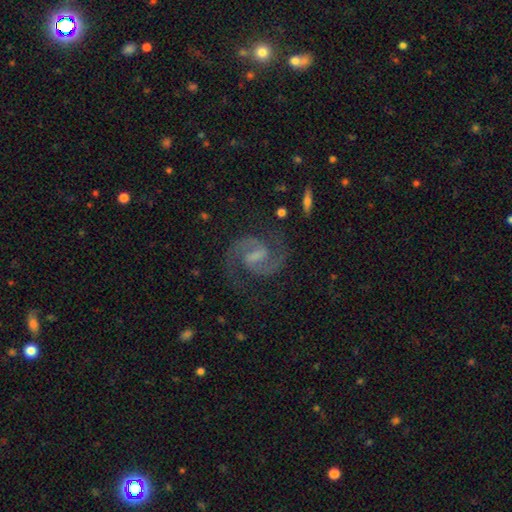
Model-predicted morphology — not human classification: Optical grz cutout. It shows a featured or disk galaxy (92%) with a weak bar (54%), 2 (94%) medium (67%) spiral arms (98%) and no central bulge (39%). Merging: none (82%).